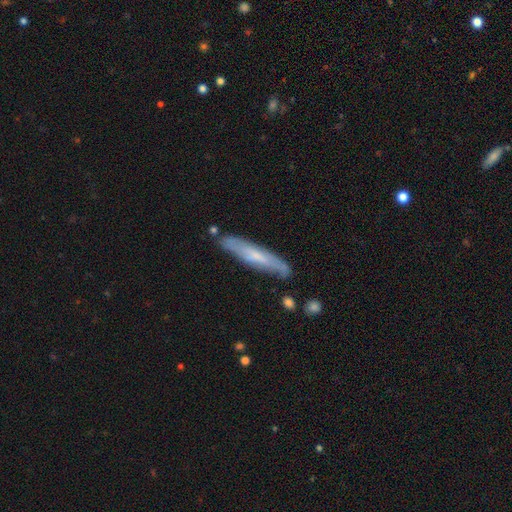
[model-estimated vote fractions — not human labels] smooth_or_featured: smooth (p=0.51) [alt: featured or disk p=0.43]
how_rounded: cigar-shaped (p=0.88) [alt: in between p=0.11]
merging: none (p=0.80) [alt: minor disturbance p=0.14]